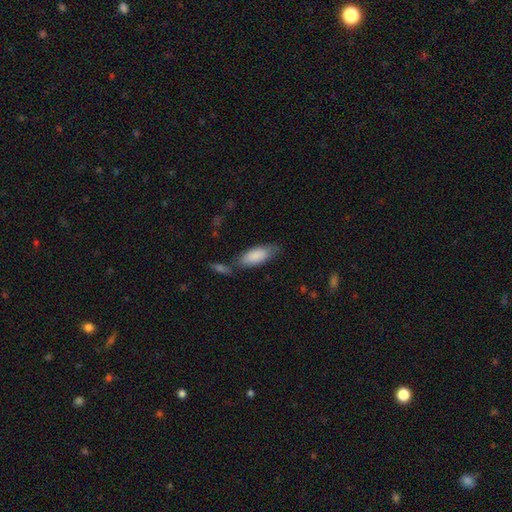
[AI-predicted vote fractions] Overall: smooth (85%). How rounded: in between (81%). Merging: none (58%; minor disturbance 21%).